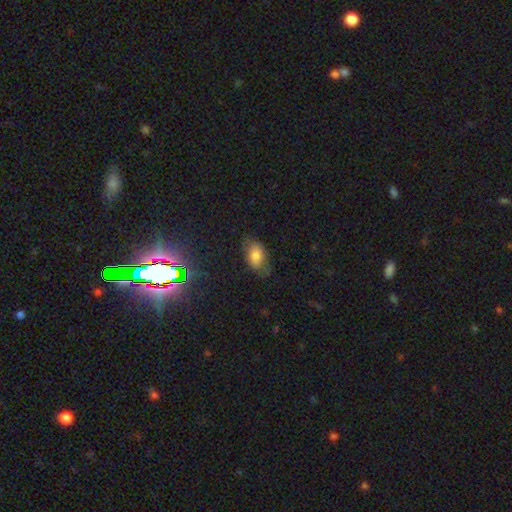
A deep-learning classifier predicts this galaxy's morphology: A smooth galaxy with no disk features (76%) that is in between round and cigar-shaped (90%).

Vote fractions:
- Smooth or featured? smooth: 76% / featured or disk: 13% / star or artifact: 11%
- How rounded? in between: 90% / round: 8% / cigar-shaped: 2%
- Merging? none: 66% / minor disturbance: 24% / major disturbance: 9% / merger: 2%